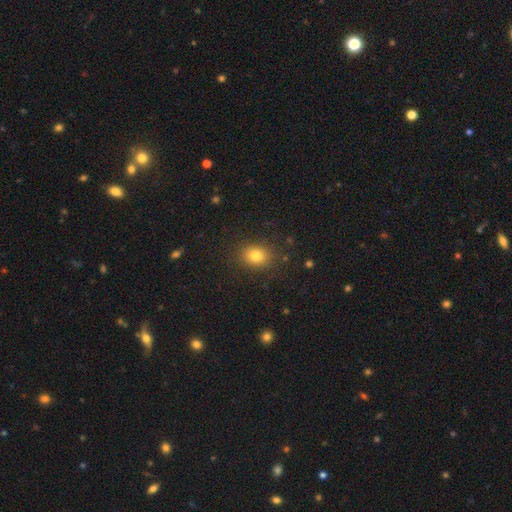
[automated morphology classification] Smooth or featured: smooth — 80% (star or artifact — 12%)
How rounded: round — 51% (in between — 48%)
Merging: none — 86% (minor disturbance — 9%)